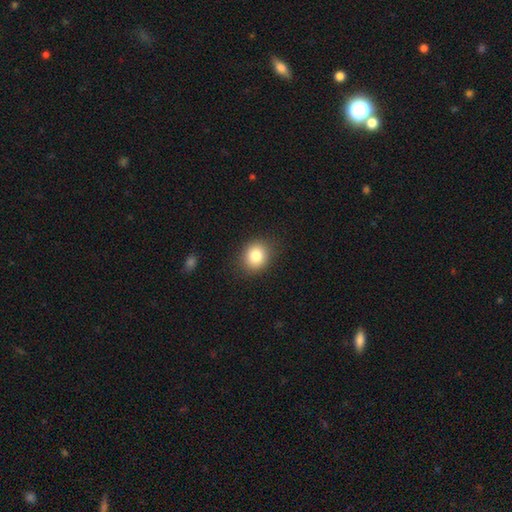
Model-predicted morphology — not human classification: The model was most divided on "how rounded": round: 72%, in between: 27%, cigar-shaped: 1%. More confident: merging — none (87%); smooth or featured — smooth (82%).